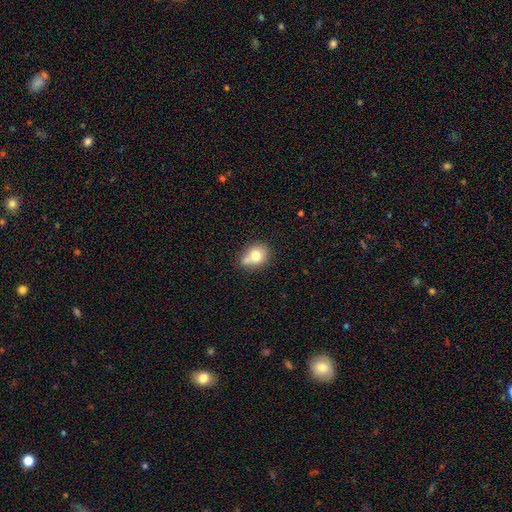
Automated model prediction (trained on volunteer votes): The model was most divided on "merging": none: 43%, merger: 36%, minor disturbance: 16%, major disturbance: 5%. More confident: smooth or featured — smooth (73%); how rounded — round (60%).